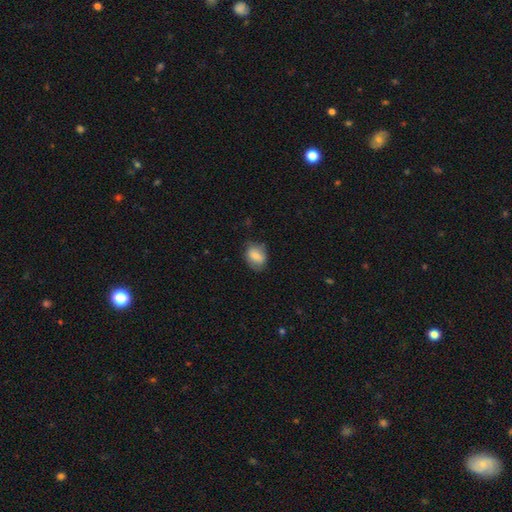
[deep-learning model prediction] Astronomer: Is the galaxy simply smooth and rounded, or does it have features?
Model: smooth — 74%.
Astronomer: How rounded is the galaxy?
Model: in between — 61% (runner-up: round, 37%).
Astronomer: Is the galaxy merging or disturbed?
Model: none — 71%.